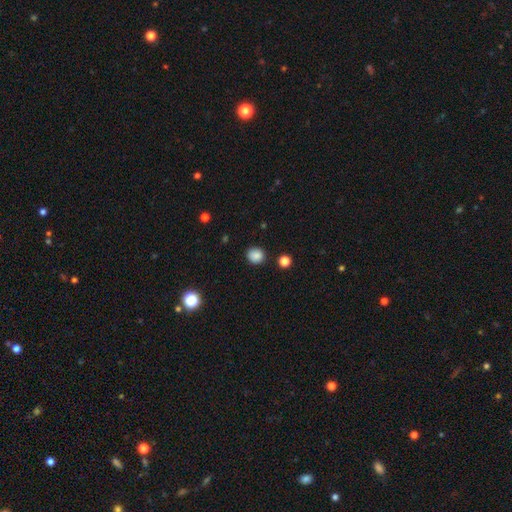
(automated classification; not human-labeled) smooth-or-featured: smooth: 86% | star or artifact: 11% | featured or disk: 4%
  how-rounded: round: 80% | in between: 19% | cigar-shaped: 1%
  merging: none: 86% | minor disturbance: 9% | major disturbance: 2% | merger: 2%